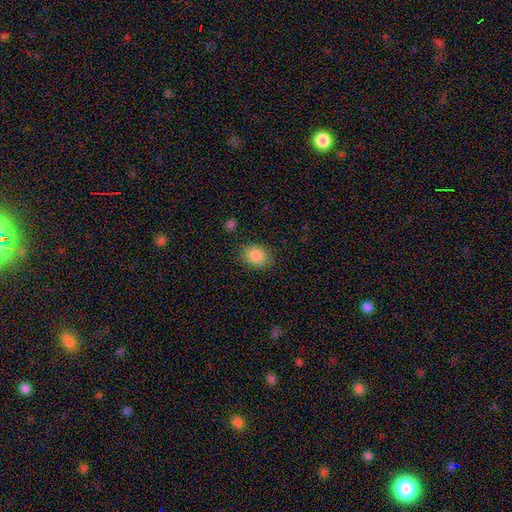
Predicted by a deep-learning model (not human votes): The model was most divided on "how rounded": in between: 69%, round: 30%, cigar-shaped: 1%. More confident: smooth or featured — smooth (87%); merging — none (83%).